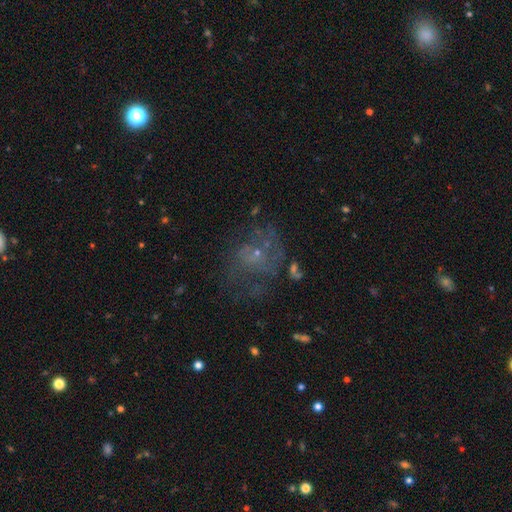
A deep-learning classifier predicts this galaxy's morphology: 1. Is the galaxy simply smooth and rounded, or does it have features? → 49% featured or disk, 29% smooth, 22% star or artifact.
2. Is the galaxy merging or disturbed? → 45% none, 32% major disturbance, 19% minor disturbance, 4% merger.